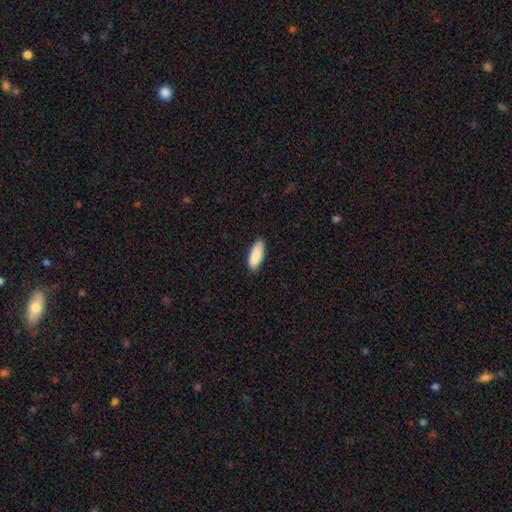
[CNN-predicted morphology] Smooth or featured?
  - smooth: 90% *
  - star or artifact: 5%
  - featured or disk: 5%
How rounded?
  - in between: 71% *
  - cigar-shaped: 27%
  - round: 2%
Merging?
  - none: 88% *
  - minor disturbance: 10%
  - major disturbance: 2%
  - merger: 1%